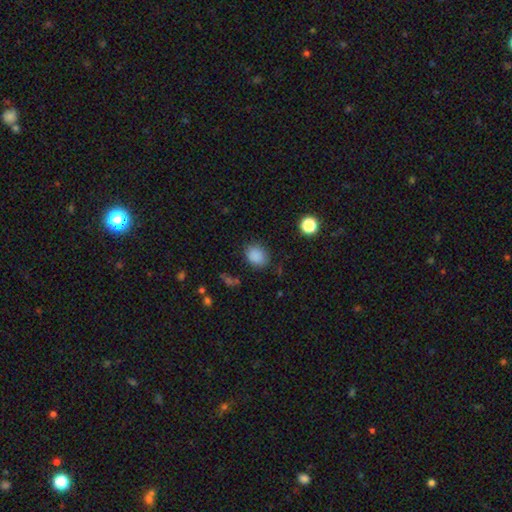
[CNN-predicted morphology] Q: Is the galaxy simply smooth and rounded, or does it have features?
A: smooth — 86%.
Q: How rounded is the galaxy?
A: in between — 51%.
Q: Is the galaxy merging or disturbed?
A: none — 81%.